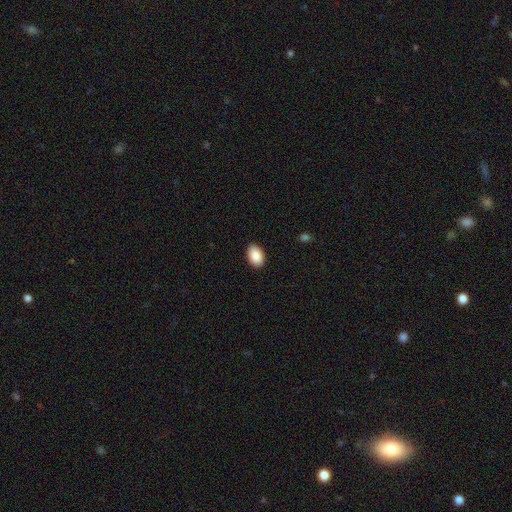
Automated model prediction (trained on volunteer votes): A smooth galaxy with no disk features (90%) that is in between round and cigar-shaped (90%).

Vote fractions:
- Smooth or featured? smooth: 90% / star or artifact: 7% / featured or disk: 4%
- How rounded? in between: 90% / round: 9% / cigar-shaped: 1%
- Merging? none: 89% / minor disturbance: 8% / major disturbance: 2% / merger: 1%